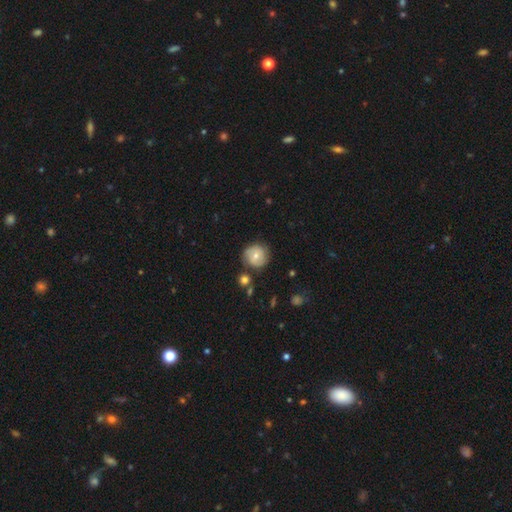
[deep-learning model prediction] Q: Smooth or featured?
A: featured or disk (56%); runner-up: smooth (36%)
Q: Edge-on disk?
A: no (97%); runner-up: yes (3%)
Q: Bar?
A: no (65%); runner-up: weak (29%)
Q: Spiral arms?
A: yes (85%); runner-up: no (15%)
Q: Bulge size?
A: moderate (56%); runner-up: small (40%)
Q: Merging?
A: none (79%); runner-up: minor disturbance (14%)